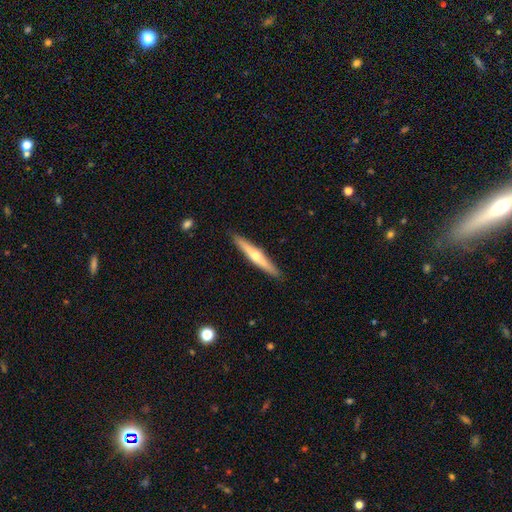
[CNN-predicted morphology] smooth-or-featured: featured or disk: 59% | smooth: 36% | star or artifact: 5%
  disk-edge-on: yes: 95% | no: 5%
    edge-on-bulge: rounded: 85% | none: 13% | boxy: 2%
  merging: none: 90% | minor disturbance: 7% | major disturbance: 1% | merger: 1%